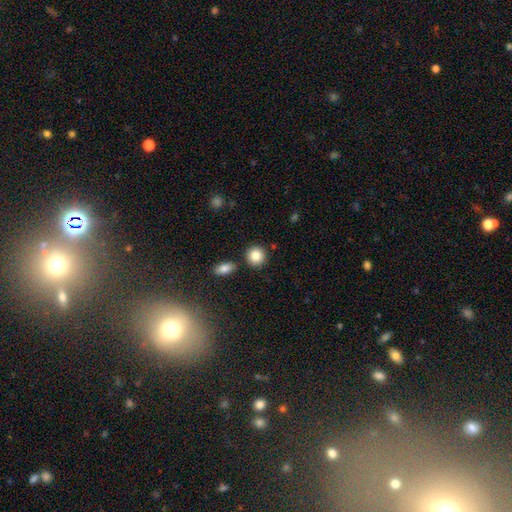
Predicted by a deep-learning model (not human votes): A smooth galaxy with no disk features (85%) that is round (90%). Merging: none (85%).